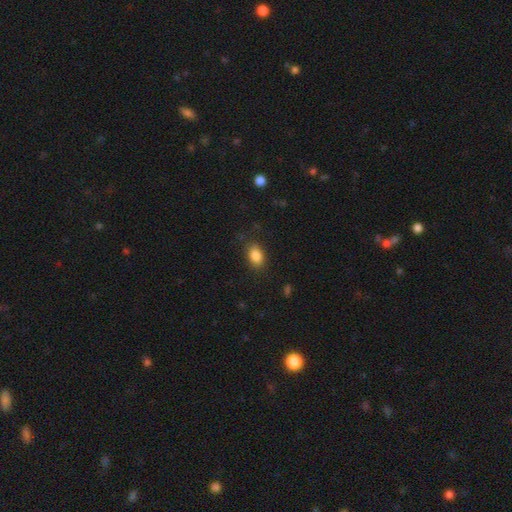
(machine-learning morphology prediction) Smooth or featured? smooth (86%)
How rounded? in between (85%)
Merging? none (83%)